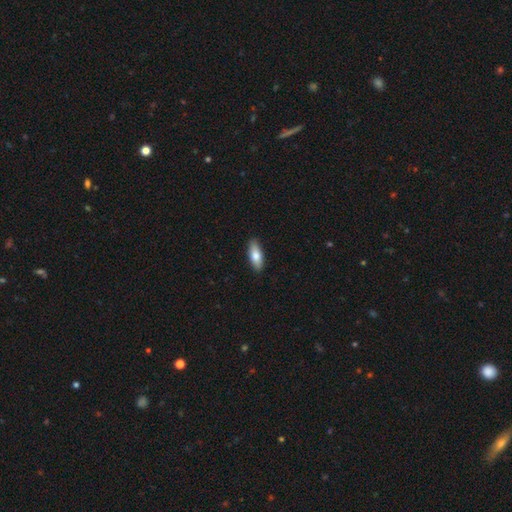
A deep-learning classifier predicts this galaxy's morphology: smooth 78%, featured or disk 17%, star or artifact 6%. Down the decision tree: how rounded — in between (72%); merging — none (89%).